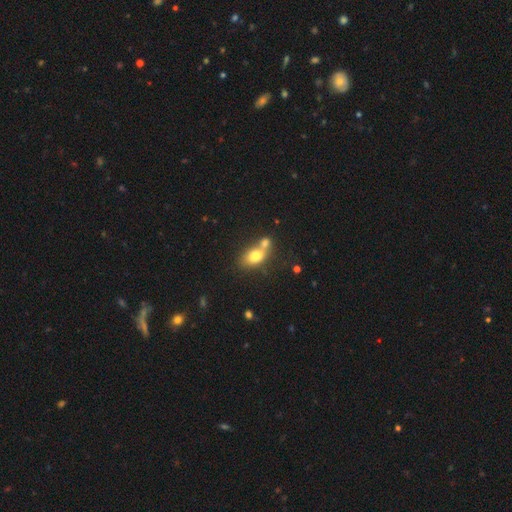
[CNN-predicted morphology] Q: Smooth or featured?
A: smooth (76%); runner-up: featured or disk (15%)
Q: How rounded?
A: in between (78%); runner-up: round (19%)
Q: Merging?
A: merger (53%); runner-up: none (32%)